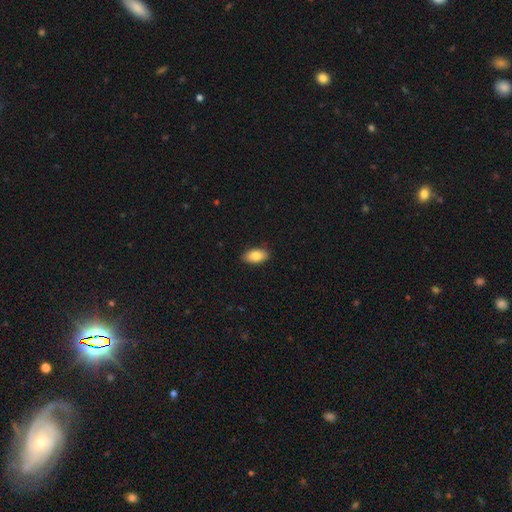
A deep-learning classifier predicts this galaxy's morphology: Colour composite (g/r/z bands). It shows a smooth galaxy with no disk features (84%) that is in between round and cigar-shaped (93%). Merging: none (88%).